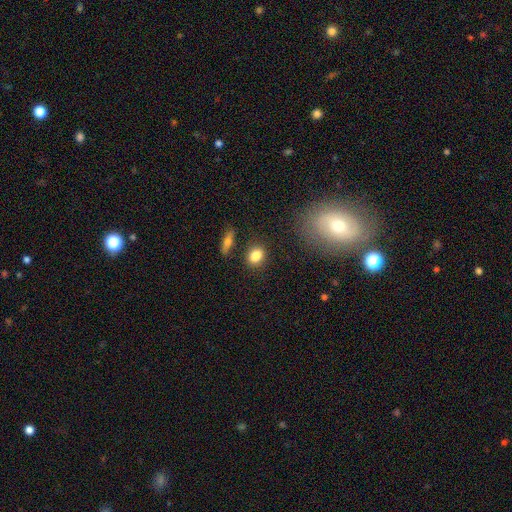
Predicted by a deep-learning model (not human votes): Smooth or featured? smooth (84%)
How rounded? in between (52%)
Merging? none (82%)